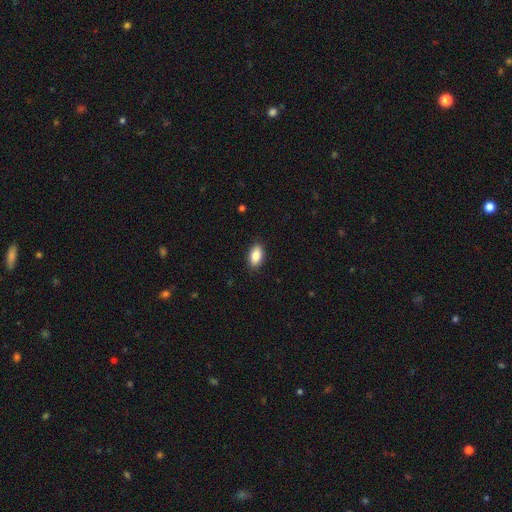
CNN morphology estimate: The model was most divided on "smooth or featured": smooth: 87%, star or artifact: 7%, featured or disk: 6%. More confident: how rounded — in between (92%); merging — none (89%).